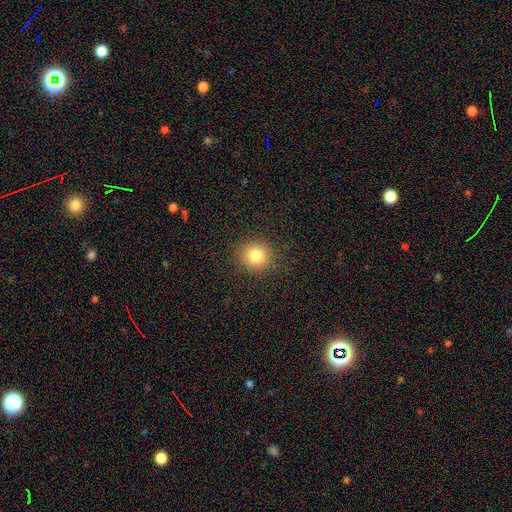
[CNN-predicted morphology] Smooth or featured?
  - smooth: 81% *
  - star or artifact: 12%
  - featured or disk: 7%
How rounded?
  - round: 91% *
  - in between: 8%
  - cigar-shaped: 1%
Merging?
  - none: 89% *
  - minor disturbance: 7%
  - major disturbance: 3%
  - merger: 1%